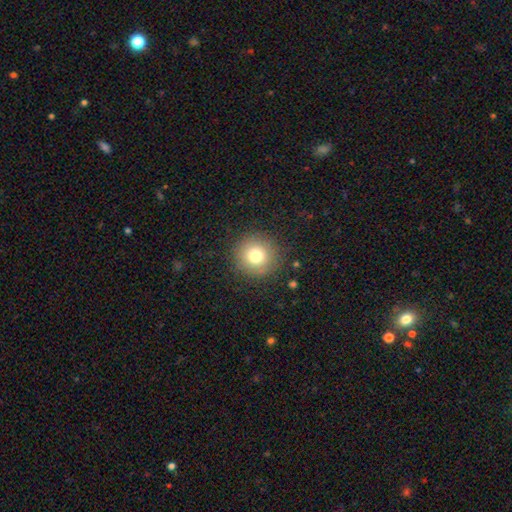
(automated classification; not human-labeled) A smooth galaxy with no disk features (78%) that is round (95%). Merging: none (89%).